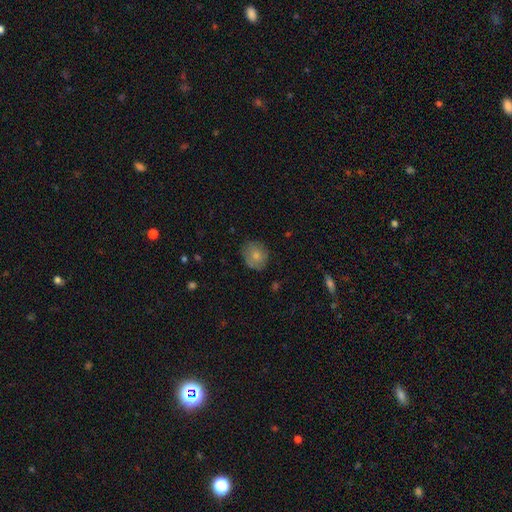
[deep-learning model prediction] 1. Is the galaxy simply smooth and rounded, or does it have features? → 75% smooth, 17% featured or disk, 8% star or artifact.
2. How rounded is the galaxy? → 74% round, 25% in between, 1% cigar-shaped.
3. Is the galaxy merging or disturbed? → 77% none, 18% minor disturbance, 4% major disturbance, 1% merger.